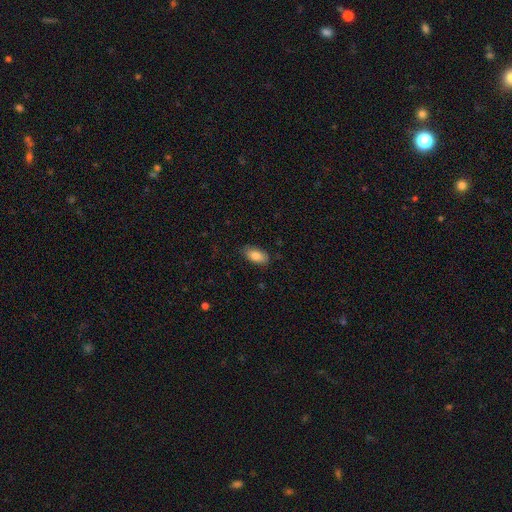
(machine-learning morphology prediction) smooth_or_featured: smooth (p=0.83) [alt: featured or disk p=0.10]
how_rounded: in between (p=0.92) [alt: cigar-shaped p=0.05]
merging: none (p=0.80) [alt: minor disturbance p=0.15]